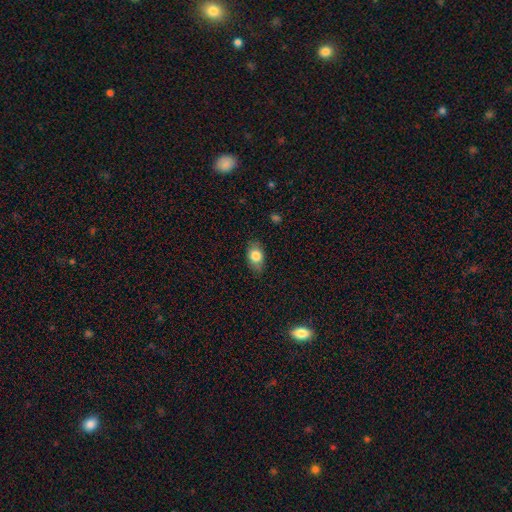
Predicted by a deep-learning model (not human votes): This appears to be a smooth galaxy with no disk features (80%) that is in between round and cigar-shaped (82%). Merging: none (81%).